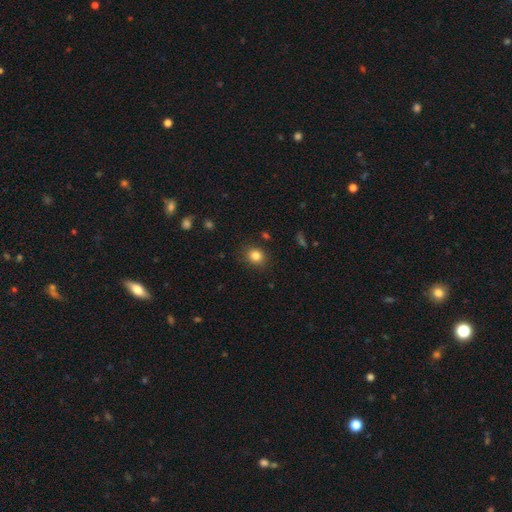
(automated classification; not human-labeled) Smooth or featured: smooth — 83% (star or artifact — 11%)
How rounded: round — 71% (in between — 28%)
Merging: none — 85% (minor disturbance — 11%)